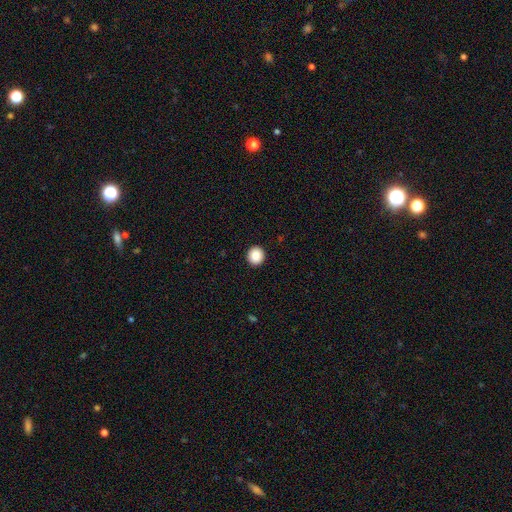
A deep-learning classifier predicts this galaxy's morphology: Smooth or featured: smooth — 85% (star or artifact — 9%)
How rounded: round — 93% (in between — 6%)
Merging: none — 94% (minor disturbance — 4%)